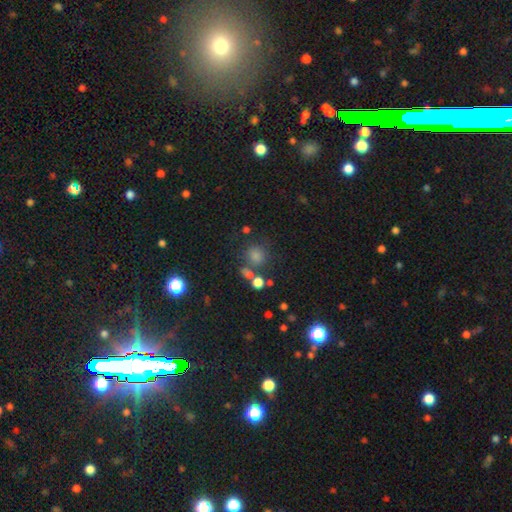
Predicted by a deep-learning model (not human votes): This is likely a smooth galaxy (67%). How rounded: clearly round (87%). Merging: likely none (70%).